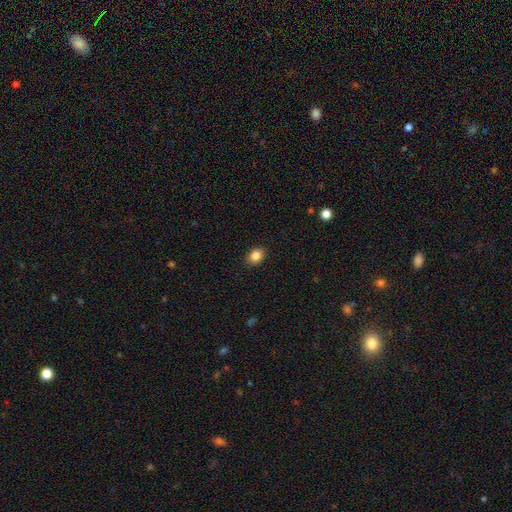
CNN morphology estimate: Smooth or featured?
  - smooth: 86% *
  - star or artifact: 9%
  - featured or disk: 5%
How rounded?
  - in between: 59% *
  - round: 40%
  - cigar-shaped: 1%
Merging?
  - none: 90% *
  - minor disturbance: 7%
  - major disturbance: 2%
  - merger: 1%